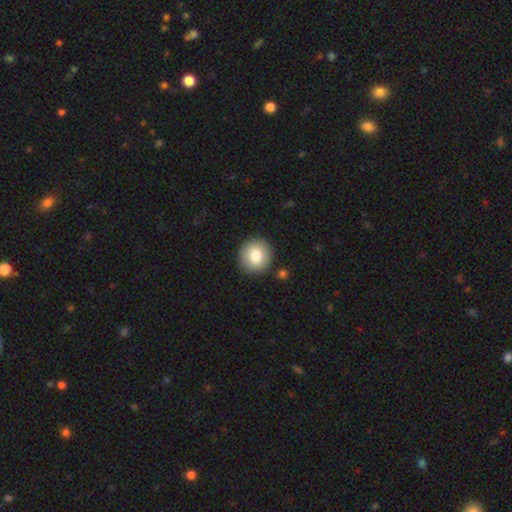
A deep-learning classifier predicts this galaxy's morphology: A smooth galaxy with no disk features (80%) that is round (90%). Merging: none (88%).